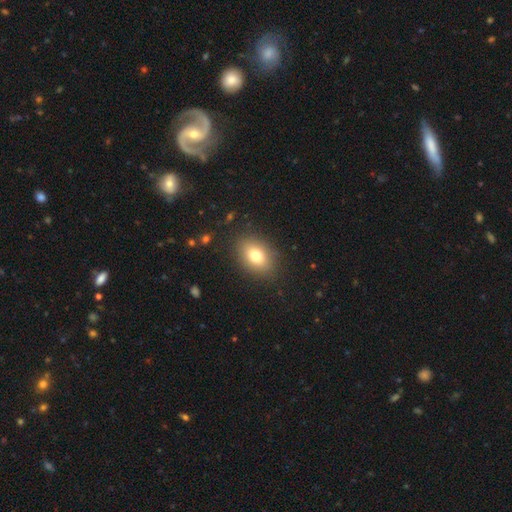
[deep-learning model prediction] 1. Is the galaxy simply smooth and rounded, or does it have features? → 77% smooth, 13% featured or disk, 10% star or artifact.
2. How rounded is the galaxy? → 80% in between, 18% round, 2% cigar-shaped.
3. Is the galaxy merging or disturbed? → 86% none, 9% minor disturbance, 3% major disturbance, 1% merger.